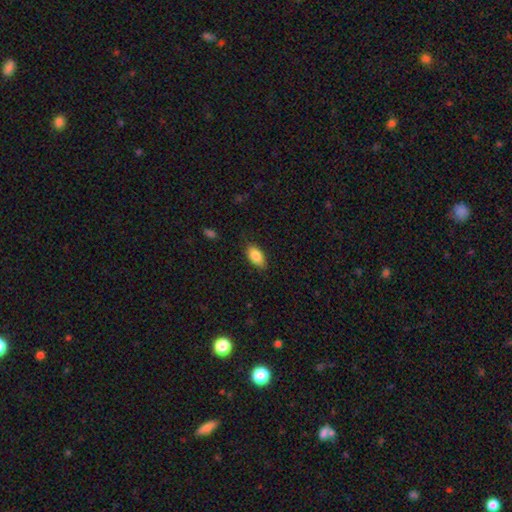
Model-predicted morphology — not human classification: smooth-or-featured: smooth: 86% | star or artifact: 7% | featured or disk: 6%
  how-rounded: in between: 91% | round: 5% | cigar-shaped: 4%
  merging: none: 82% | minor disturbance: 14% | major disturbance: 3% | merger: 1%